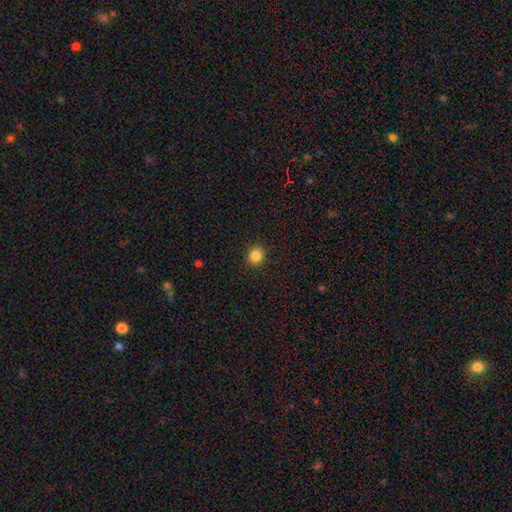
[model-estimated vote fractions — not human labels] Morphology: type=smooth (85%); roundness=round (88%); merging=none (91%).